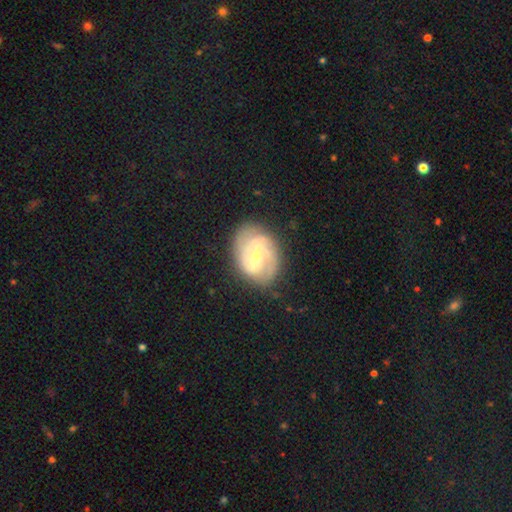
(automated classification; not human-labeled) Morphology: type=featured or disk (80%); edge-on=no (98%); bar=weak (50%); spiral arms=yes (93%); winding=tight (50%); arm count=2 (46%); bulge=small (61%); merging=none (74%).